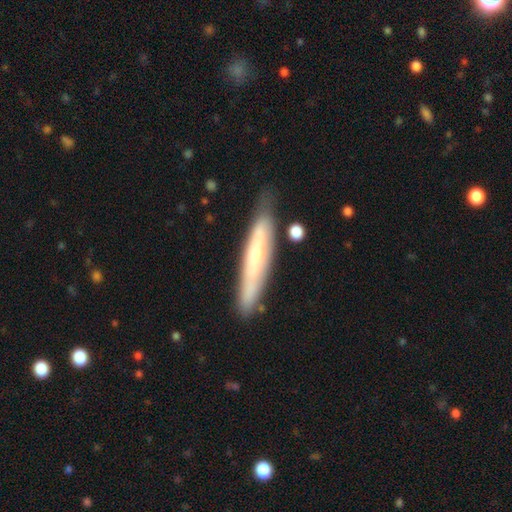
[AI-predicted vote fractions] Smooth or featured? featured or disk (48%)
Merging? none (76%)